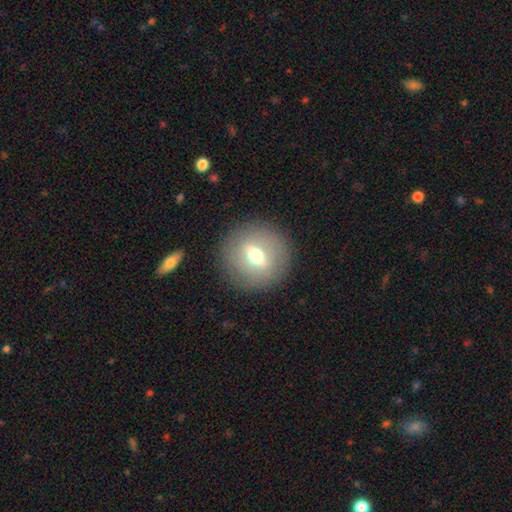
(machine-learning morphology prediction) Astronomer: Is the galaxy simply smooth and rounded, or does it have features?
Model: featured or disk — 51% (runner-up: smooth, 39%).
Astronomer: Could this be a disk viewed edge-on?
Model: no — 70%.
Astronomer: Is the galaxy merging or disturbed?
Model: none — 87%.